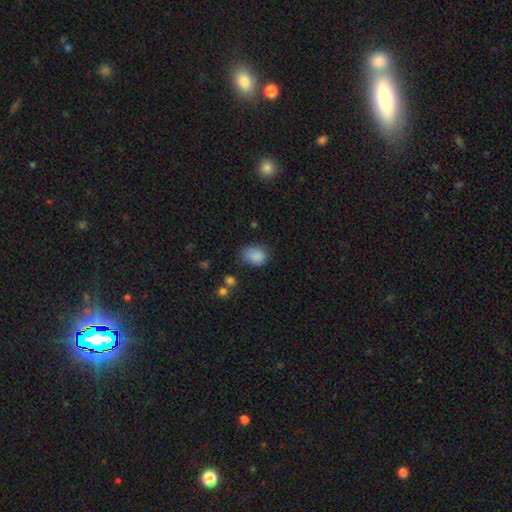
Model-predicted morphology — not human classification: Overall: smooth (86%). How rounded: in between (67%; round 32%). Merging: none (65%; minor disturbance 26%).